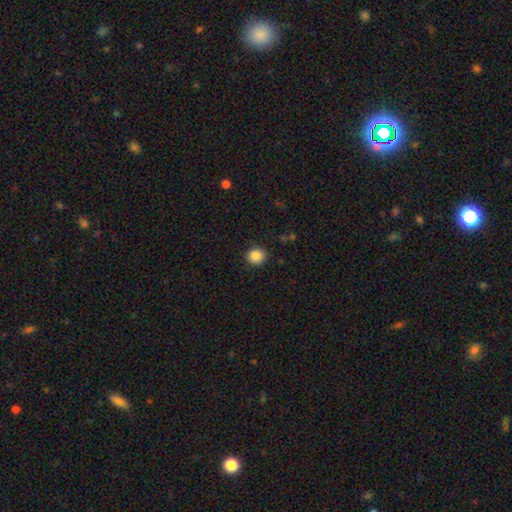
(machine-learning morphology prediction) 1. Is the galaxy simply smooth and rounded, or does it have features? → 87% smooth, 10% star or artifact, 4% featured or disk.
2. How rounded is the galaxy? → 90% round, 10% in between, 1% cigar-shaped.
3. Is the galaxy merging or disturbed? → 90% none, 7% minor disturbance, 2% major disturbance, 1% merger.